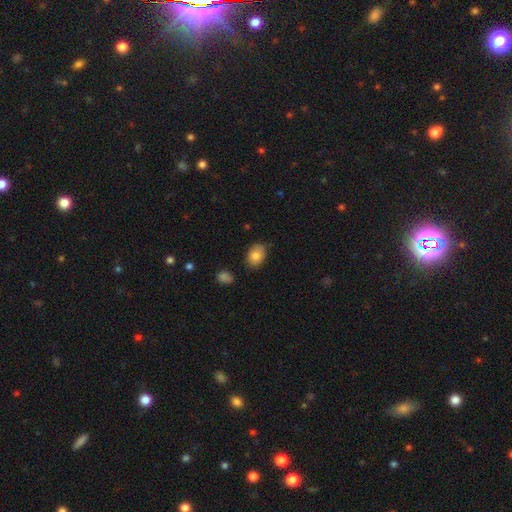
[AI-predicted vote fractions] This appears to be a smooth galaxy with no disk features (83%) that is in between round and cigar-shaped (72%). Merging: none (78%).